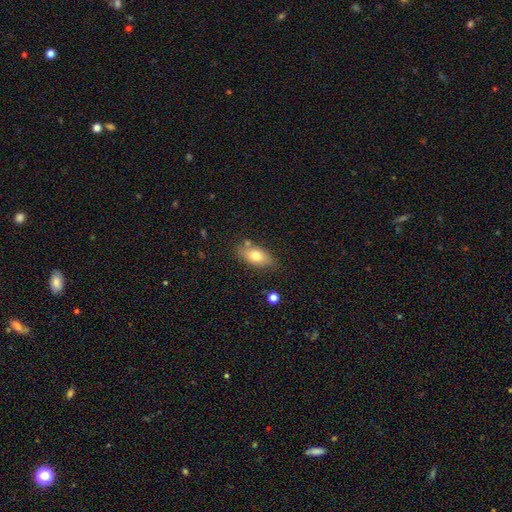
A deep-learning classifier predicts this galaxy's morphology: Smooth or featured?
  - smooth: 74% *
  - featured or disk: 18%
  - star or artifact: 8%
How rounded?
  - in between: 85% *
  - cigar-shaped: 8%
  - round: 7%
Merging?
  - none: 76% *
  - minor disturbance: 15%
  - merger: 5%
  - major disturbance: 4%